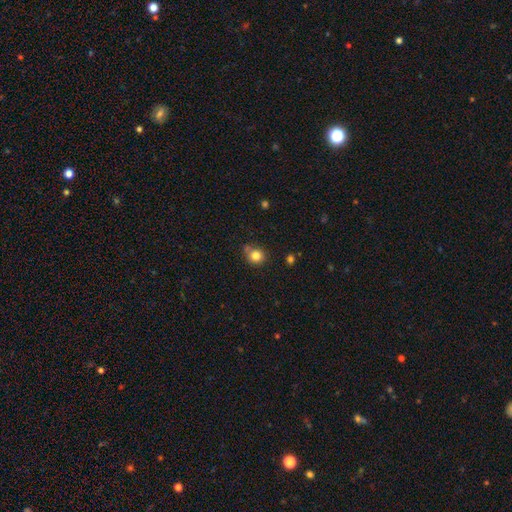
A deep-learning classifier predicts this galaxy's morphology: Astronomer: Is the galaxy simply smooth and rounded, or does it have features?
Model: smooth — 81%.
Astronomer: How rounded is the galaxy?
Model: round — 80%.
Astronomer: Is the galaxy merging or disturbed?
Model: none — 67%.